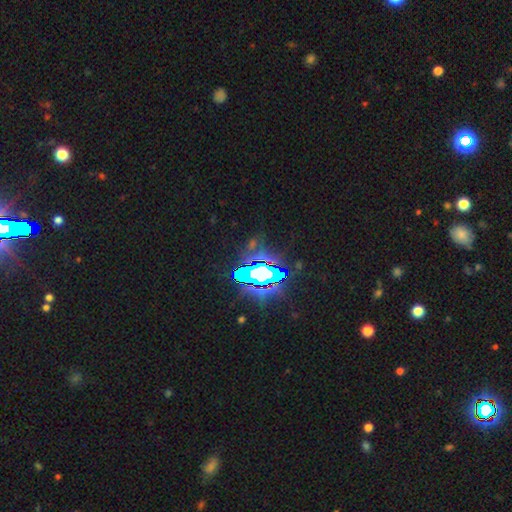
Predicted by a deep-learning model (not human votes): smooth-or-featured: star or artifact: 83% | smooth: 10% | featured or disk: 8%